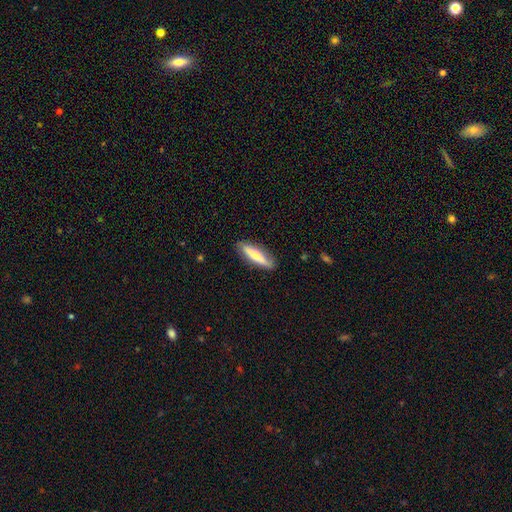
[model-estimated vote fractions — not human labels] Morphology: type=smooth (62%); roundness=cigar-shaped (70%); merging=none (85%).